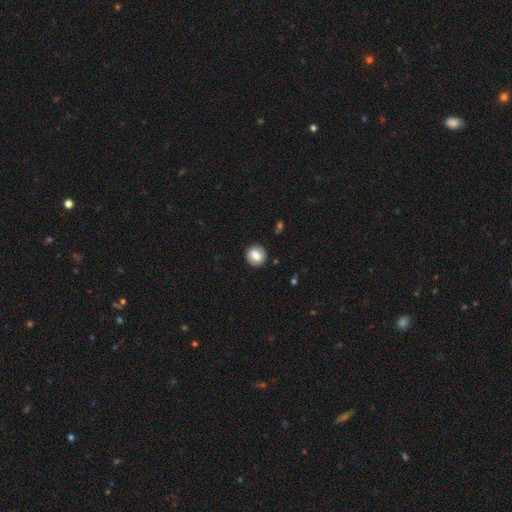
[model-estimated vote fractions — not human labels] This is likely a smooth galaxy (66%). How rounded: clearly round (83%). Merging: clearly none (87%).